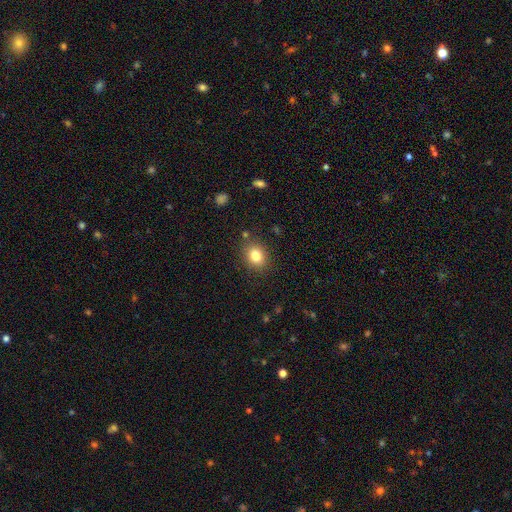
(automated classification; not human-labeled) Smooth or featured?
  - smooth: 81% *
  - star or artifact: 11%
  - featured or disk: 8%
How rounded?
  - round: 58% *
  - in between: 41%
  - cigar-shaped: 1%
Merging?
  - none: 85% *
  - minor disturbance: 9%
  - major disturbance: 3%
  - merger: 2%